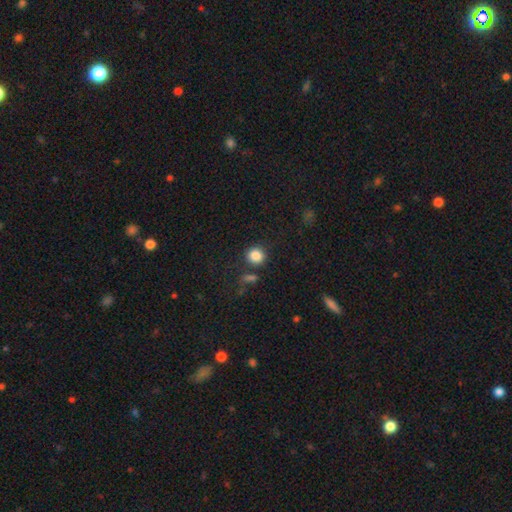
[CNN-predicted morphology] Smooth or featured? Predicted: smooth (p=0.85). How rounded? Predicted: round (p=0.88). Merging? Predicted: none (p=0.82).